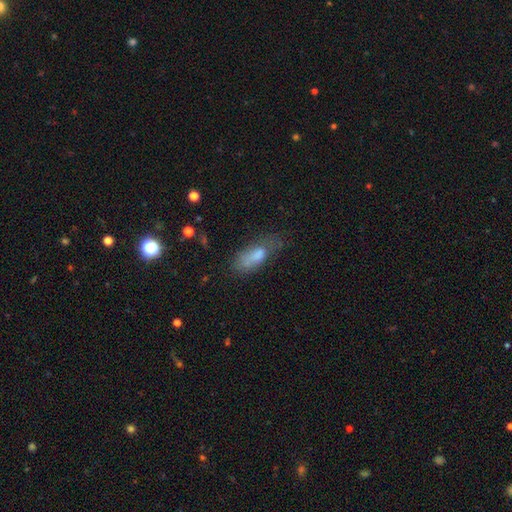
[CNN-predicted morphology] Smooth or featured? Predicted: smooth (p=0.69). How rounded? Predicted: in between (p=0.77). Merging? Predicted: none (p=0.36).